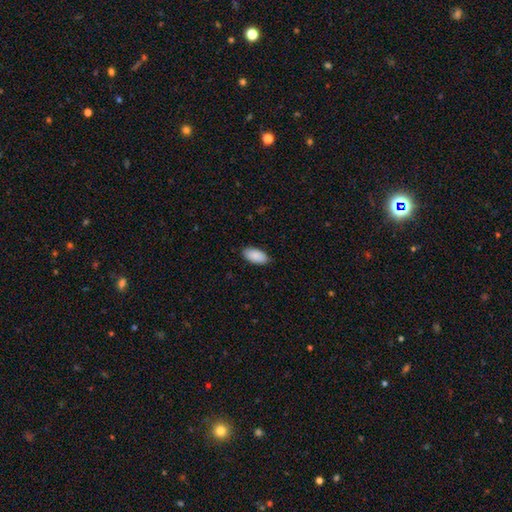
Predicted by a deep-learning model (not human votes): Smooth or featured? Predicted: smooth (p=0.90). How rounded? Predicted: in between (p=0.95). Merging? Predicted: none (p=0.87).